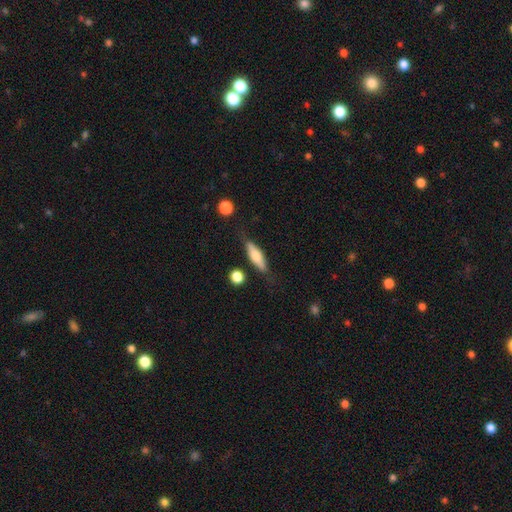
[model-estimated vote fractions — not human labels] smooth_or_featured: smooth (p=0.55) [alt: featured or disk p=0.38]
how_rounded: cigar-shaped (p=0.61) [alt: in between p=0.37]
merging: none (p=0.75) [alt: minor disturbance p=0.17]